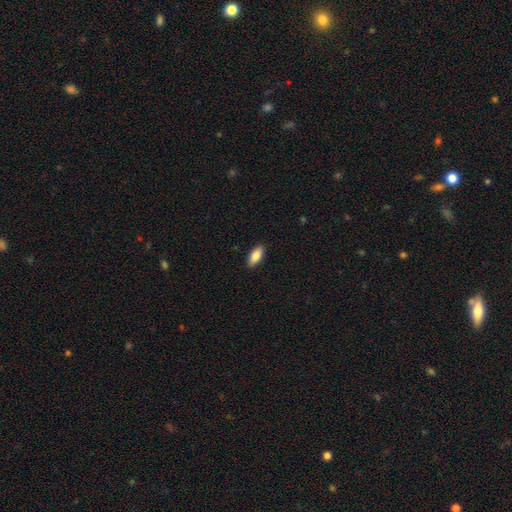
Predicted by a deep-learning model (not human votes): This is clearly a smooth galaxy (85%). How rounded: clearly in between (84%). Merging: clearly none (90%).